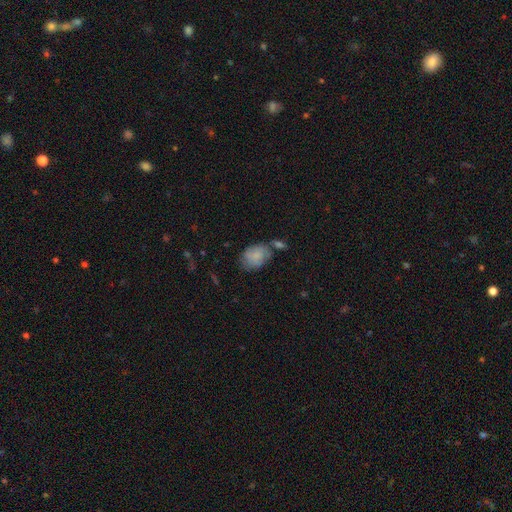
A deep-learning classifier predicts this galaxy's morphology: The model was most divided on "merging": none: 51%, minor disturbance: 24%, merger: 17%, major disturbance: 8%. More confident: how rounded — in between (77%); smooth or featured — smooth (73%).